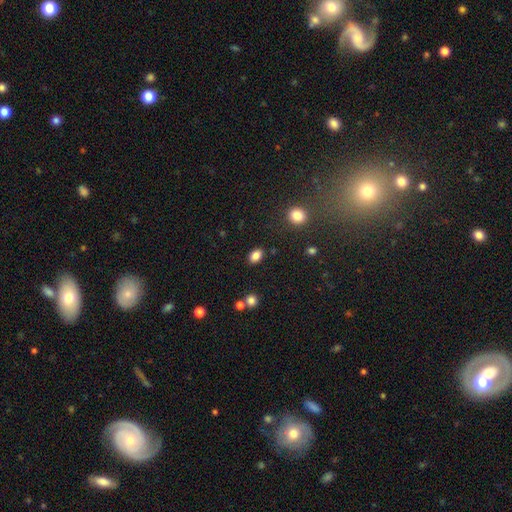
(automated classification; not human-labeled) Q: Smooth or featured?
A: smooth (85%); runner-up: star or artifact (10%)
Q: How rounded?
A: in between (80%); runner-up: round (19%)
Q: Merging?
A: none (86%); runner-up: minor disturbance (9%)